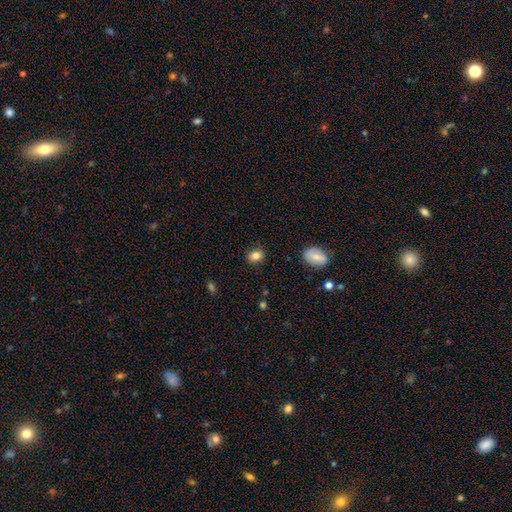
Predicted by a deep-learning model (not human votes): A smooth galaxy with no disk features (84%) that is in between round and cigar-shaped (56%).

Vote fractions:
- Smooth or featured? smooth: 84% / star or artifact: 9% / featured or disk: 7%
- How rounded? in between: 56% / round: 42% / cigar-shaped: 1%
- Merging? none: 85% / minor disturbance: 11% / major disturbance: 3% / merger: 1%